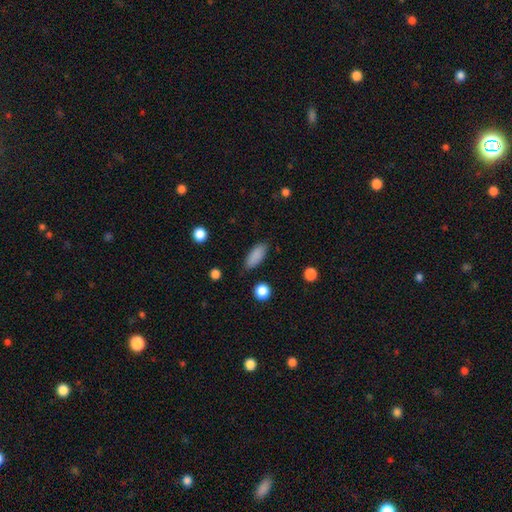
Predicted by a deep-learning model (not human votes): A smooth galaxy with no disk features (88%) that is in between round and cigar-shaped (78%).

Vote fractions:
- Smooth or featured? smooth: 88% / star or artifact: 8% / featured or disk: 5%
- How rounded? in between: 78% / cigar-shaped: 19% / round: 3%
- Merging? none: 84% / minor disturbance: 12% / major disturbance: 3% / merger: 2%